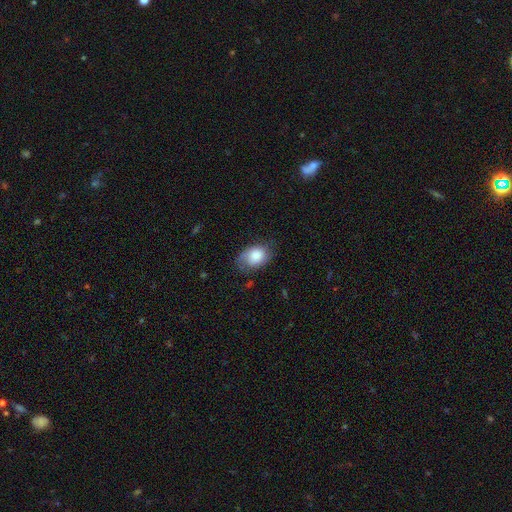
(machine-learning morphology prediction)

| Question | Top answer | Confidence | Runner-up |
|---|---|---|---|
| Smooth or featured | smooth | 74% | featured or disk (18%) |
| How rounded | in between | 77% | round (22%) |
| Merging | none | 59% | minor disturbance (30%) |